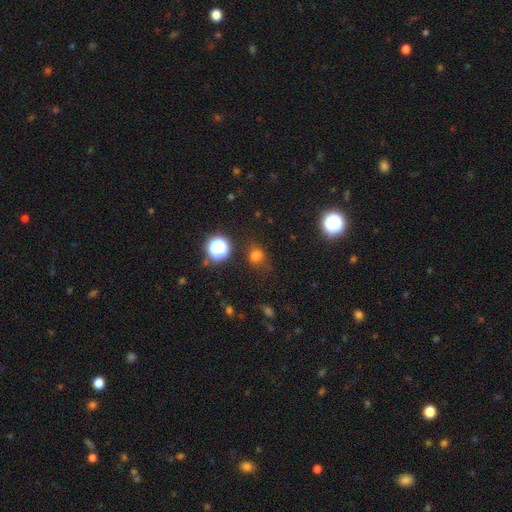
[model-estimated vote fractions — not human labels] Smooth or featured? Predicted: smooth (p=0.69). How rounded? Predicted: round (p=0.73). Merging? Predicted: none (p=0.70).